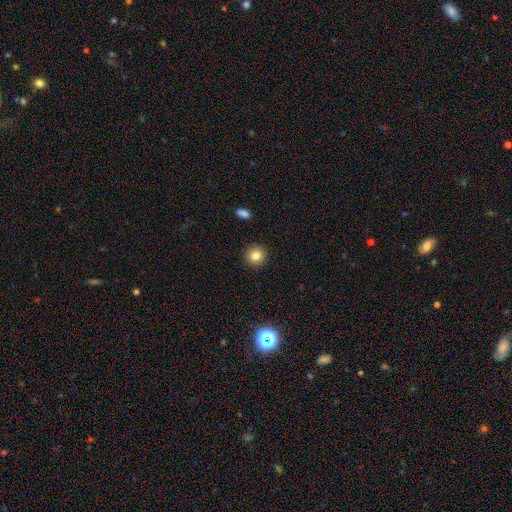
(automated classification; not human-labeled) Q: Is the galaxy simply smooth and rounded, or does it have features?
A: smooth — 81%.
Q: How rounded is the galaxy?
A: round — 93%.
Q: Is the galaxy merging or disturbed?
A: none — 92%.